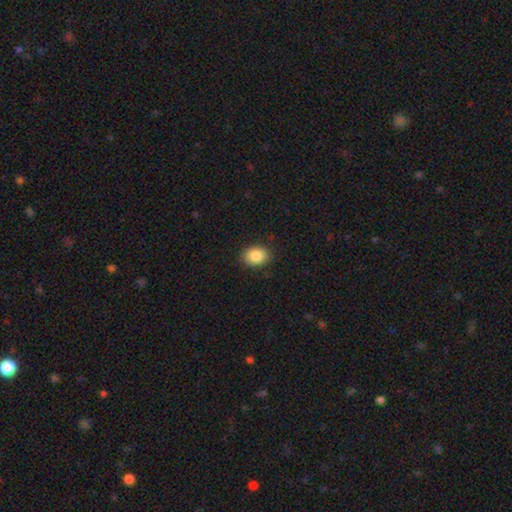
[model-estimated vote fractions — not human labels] This is clearly a smooth galaxy (87%). How rounded: likely in between (71%). Merging: clearly none (88%).